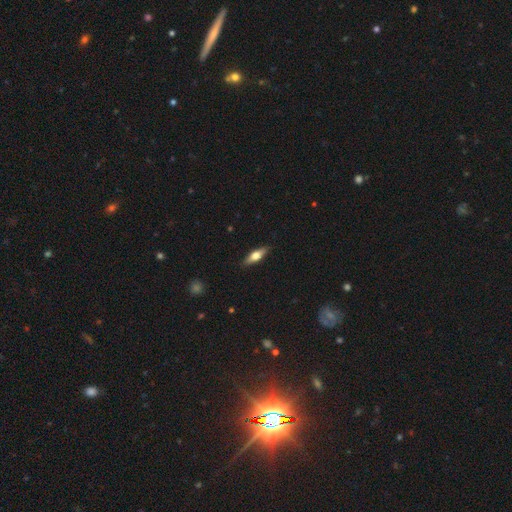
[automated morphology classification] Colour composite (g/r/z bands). It shows a smooth galaxy with no disk features (51%) that is cigar-shaped (50%). Merging: none (88%).